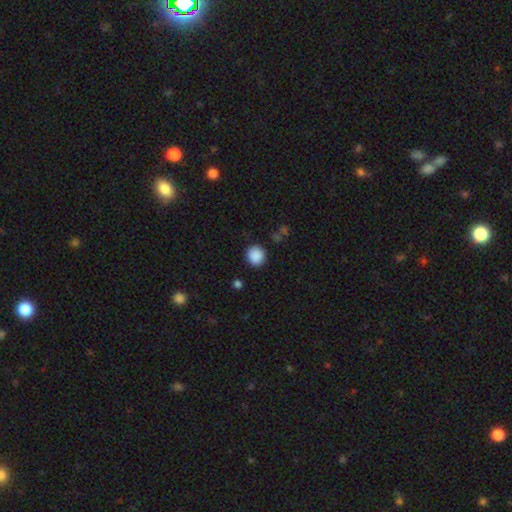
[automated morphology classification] Q: Smooth or featured?
A: smooth (89%); runner-up: star or artifact (9%)
Q: How rounded?
A: round (84%); runner-up: in between (15%)
Q: Merging?
A: none (87%); runner-up: minor disturbance (8%)